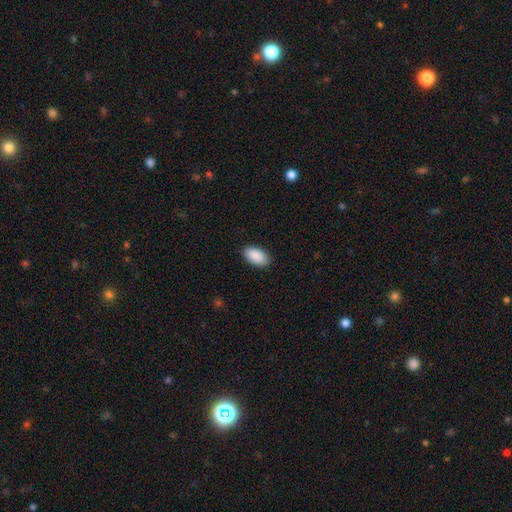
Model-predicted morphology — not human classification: Smooth or featured? smooth (91%)
How rounded? in between (95%)
Merging? none (89%)